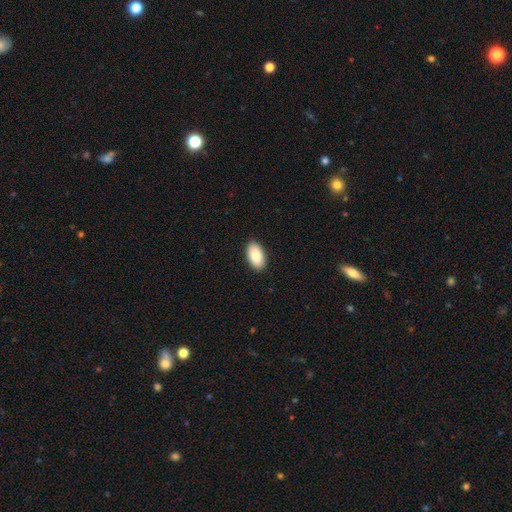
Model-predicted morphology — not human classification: Smooth or featured? Predicted: smooth (p=0.87). How rounded? Predicted: in between (p=0.95). Merging? Predicted: none (p=0.90).